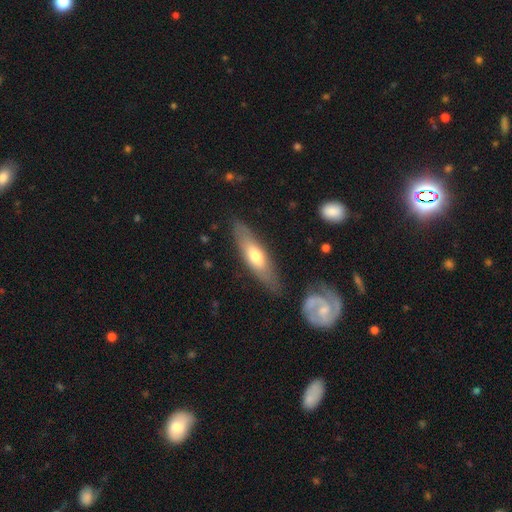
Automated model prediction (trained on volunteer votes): A smooth galaxy with no disk features (56%) that is cigar-shaped (58%). Merging: none (81%).